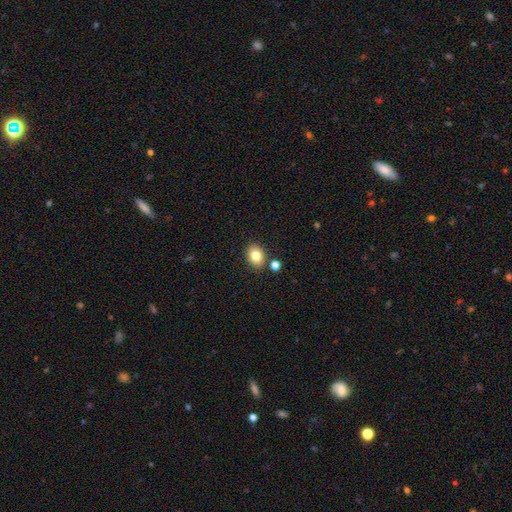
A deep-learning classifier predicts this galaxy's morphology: smooth-or-featured: smooth: 82% | star or artifact: 10% | featured or disk: 8%
  how-rounded: in between: 57% | round: 42% | cigar-shaped: 1%
  merging: none: 82% | minor disturbance: 9% | merger: 7% | major disturbance: 2%